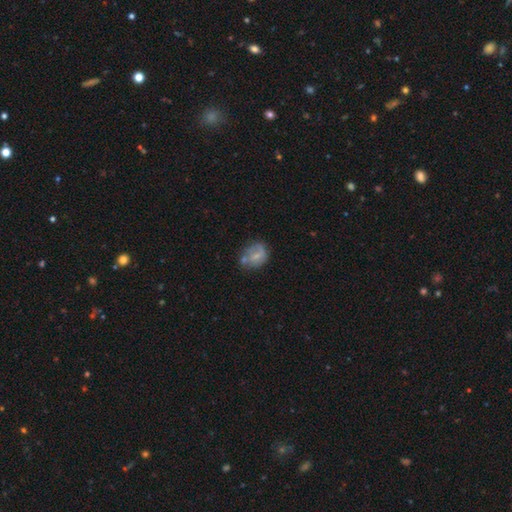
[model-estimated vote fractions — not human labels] Smooth or featured?
  - smooth: 53% *
  - featured or disk: 38%
  - star or artifact: 9%
How rounded?
  - round: 50% *
  - in between: 48%
  - cigar-shaped: 1%
Merging?
  - none: 44% *
  - minor disturbance: 27%
  - merger: 16%
  - major disturbance: 13%